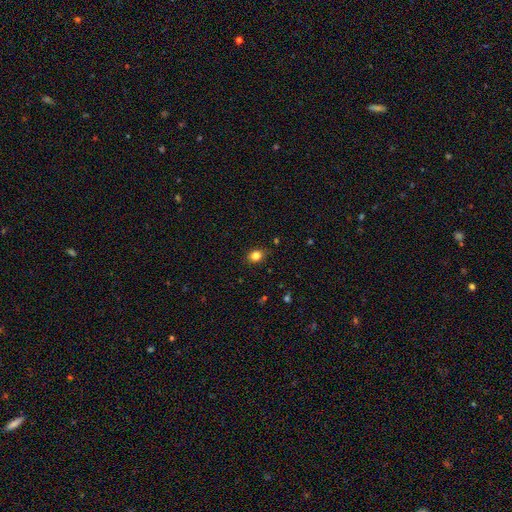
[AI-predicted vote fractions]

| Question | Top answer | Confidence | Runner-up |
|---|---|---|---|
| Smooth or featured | smooth | 83% | star or artifact (11%) |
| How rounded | round | 51% | in between (48%) |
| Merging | none | 85% | minor disturbance (11%) |